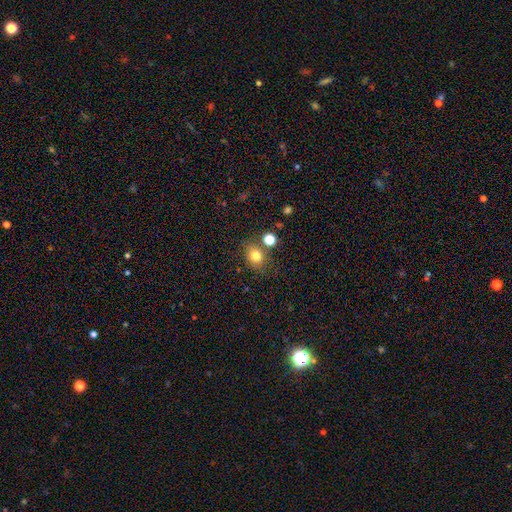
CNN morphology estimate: Smooth or featured? Predicted: smooth (p=0.79). How rounded? Predicted: round (p=0.62). Merging? Predicted: none (p=0.74).